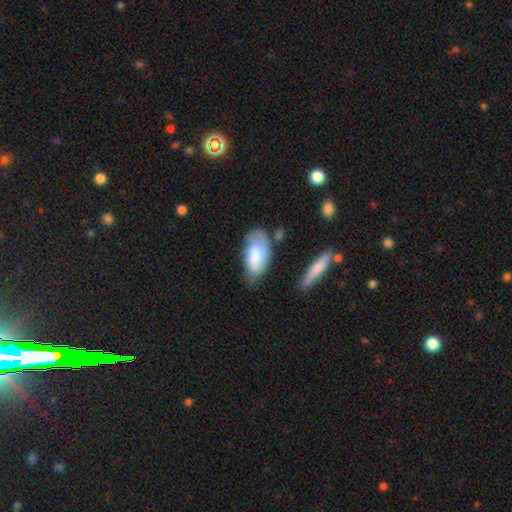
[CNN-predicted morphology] This appears to be a smooth galaxy with no disk features (69%) that is in between round and cigar-shaped (92%). Merging: none (52%).